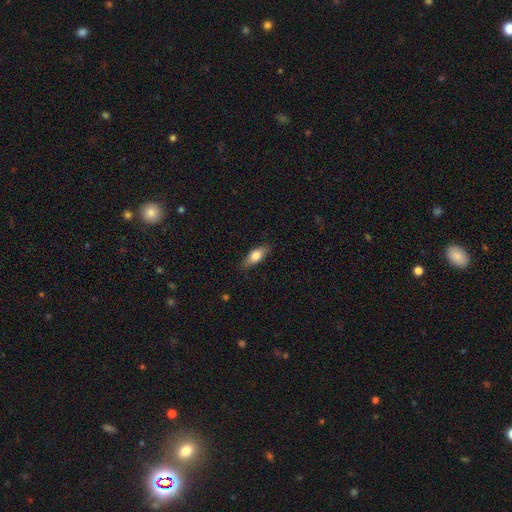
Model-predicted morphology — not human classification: Smooth or featured?
  - smooth: 75% *
  - featured or disk: 19%
  - star or artifact: 7%
How rounded?
  - in between: 74% *
  - cigar-shaped: 23%
  - round: 3%
Merging?
  - none: 82% *
  - minor disturbance: 14%
  - major disturbance: 3%
  - merger: 1%